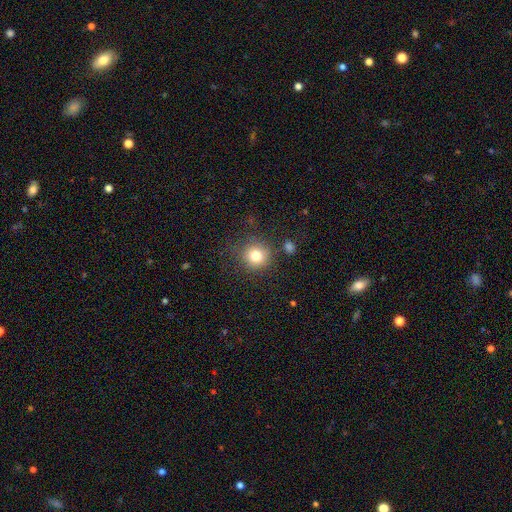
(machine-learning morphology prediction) This is likely a smooth galaxy (79%). How rounded: clearly round (92%). Merging: clearly none (81%).